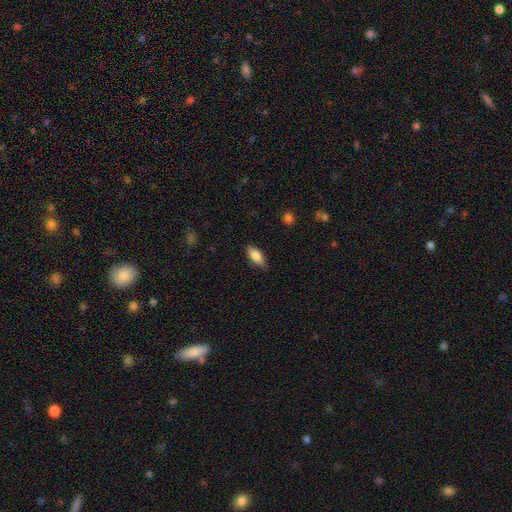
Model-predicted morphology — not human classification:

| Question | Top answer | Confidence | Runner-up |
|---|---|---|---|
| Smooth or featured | smooth | 82% | featured or disk (11%) |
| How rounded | in between | 81% | cigar-shaped (16%) |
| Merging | none | 80% | minor disturbance (16%) |